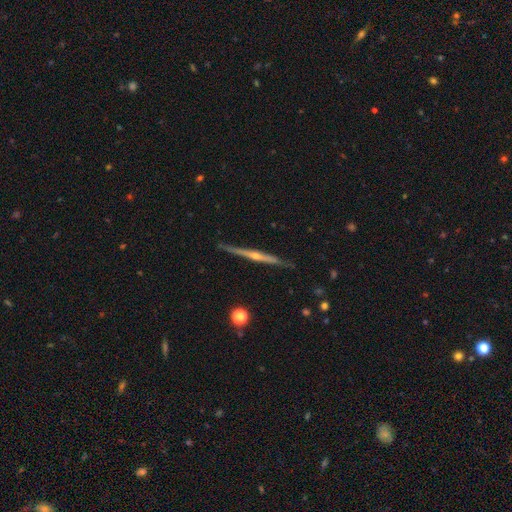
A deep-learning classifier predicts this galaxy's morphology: featured or disk 81%, smooth 13%, star or artifact 6%. Down the decision tree: edge-on disk — yes (98%); edge-on bulge — rounded (78%); merging — none (88%).